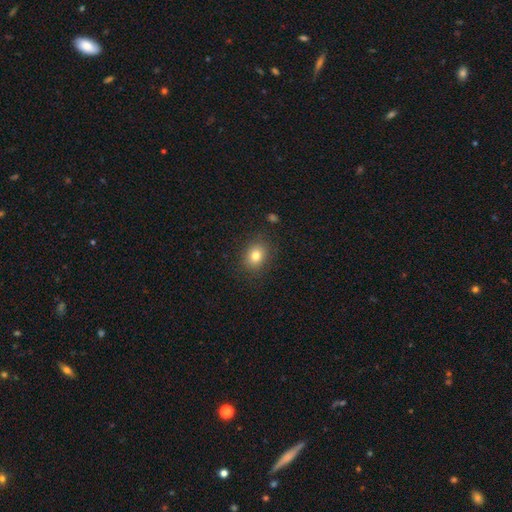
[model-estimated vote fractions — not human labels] This is likely a smooth galaxy (80%). How rounded: possibly round (55%). Merging: clearly none (86%).